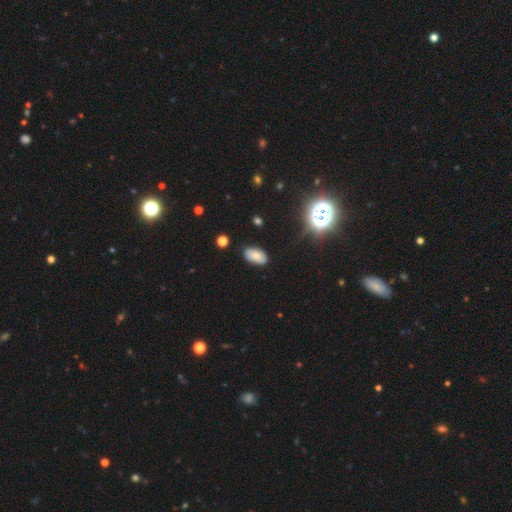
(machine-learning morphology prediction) The model was most divided on "smooth or featured": smooth: 75%, featured or disk: 13%, star or artifact: 12%. More confident: how rounded — in between (94%); merging — none (83%).